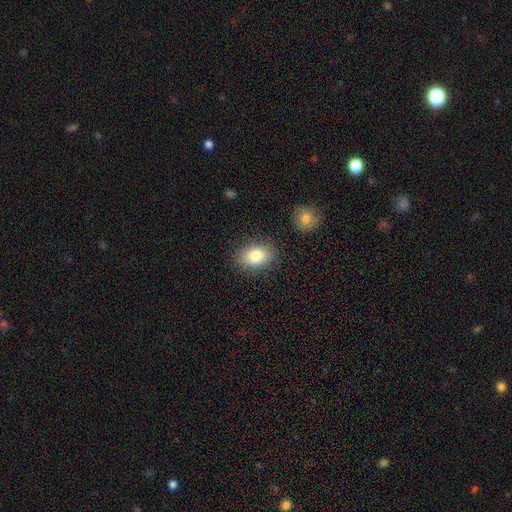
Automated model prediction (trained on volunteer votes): This is clearly a smooth galaxy (83%). How rounded: likely in between (74%). Merging: clearly none (84%).